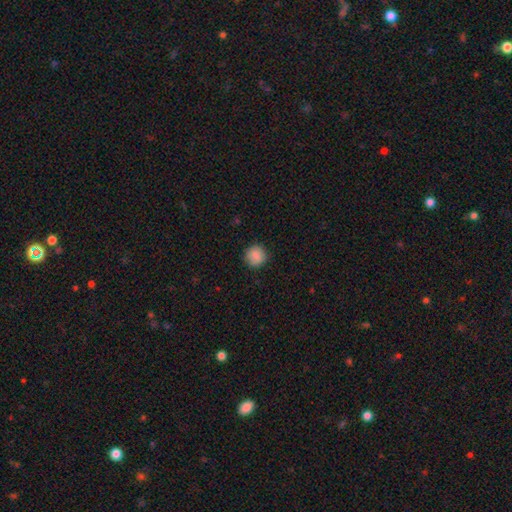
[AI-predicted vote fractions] This is clearly a smooth galaxy (88%). How rounded: clearly round (93%). Merging: clearly none (90%).